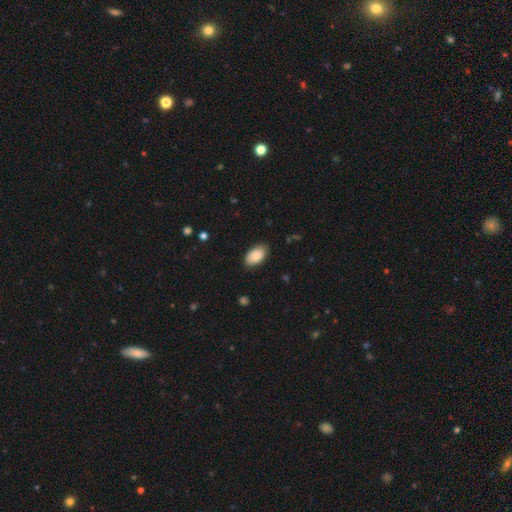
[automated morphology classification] This is clearly a smooth galaxy (88%). How rounded: clearly in between (95%). Merging: clearly none (82%).